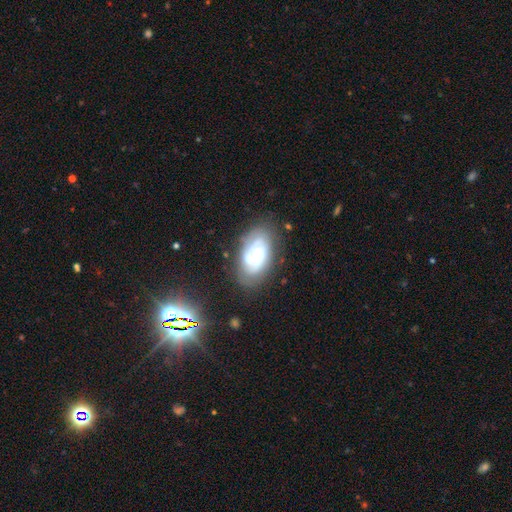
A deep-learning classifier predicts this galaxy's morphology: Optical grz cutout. It shows a featured or disk galaxy (66%) with no bar (64%), tight (56%) spiral arms (82%) and a small central bulge (45%). Merging: none (67%).